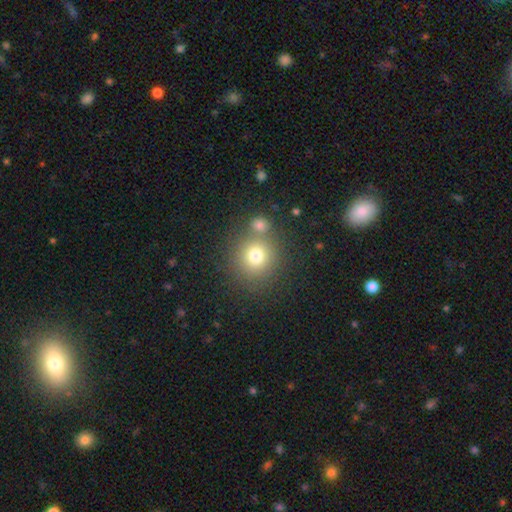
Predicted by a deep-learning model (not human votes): smooth 76%, star or artifact 14%, featured or disk 10%. Down the decision tree: how rounded — round (91%); merging — none (68%).